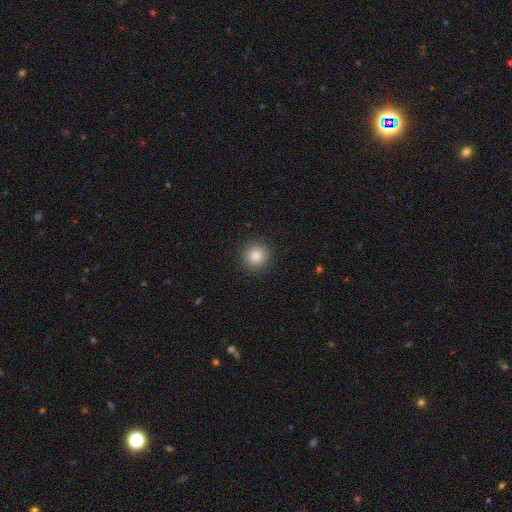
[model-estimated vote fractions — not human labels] smooth 85%, star or artifact 10%, featured or disk 4%. Down the decision tree: how rounded — round (94%); merging — none (92%).